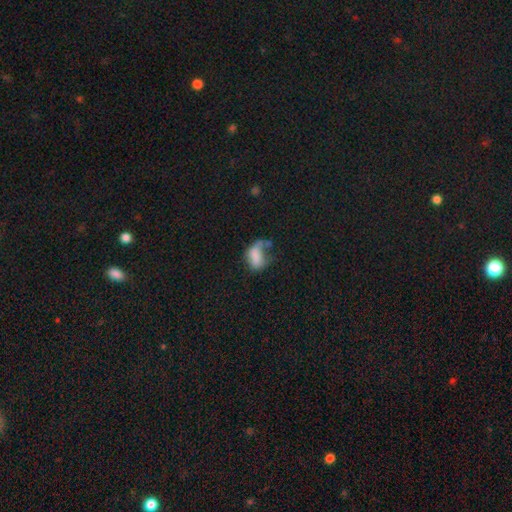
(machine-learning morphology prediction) smooth 69%, featured or disk 19%, star or artifact 11%. Down the decision tree: how rounded — in between (85%); merging — major disturbance (37%).